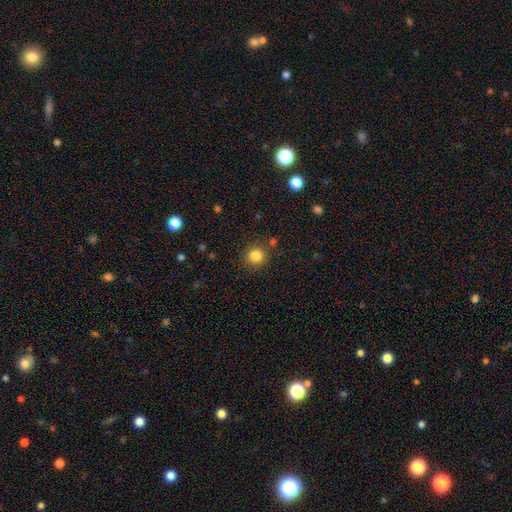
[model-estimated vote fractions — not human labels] Morphology: type=smooth (84%); roundness=round (91%); merging=none (86%).